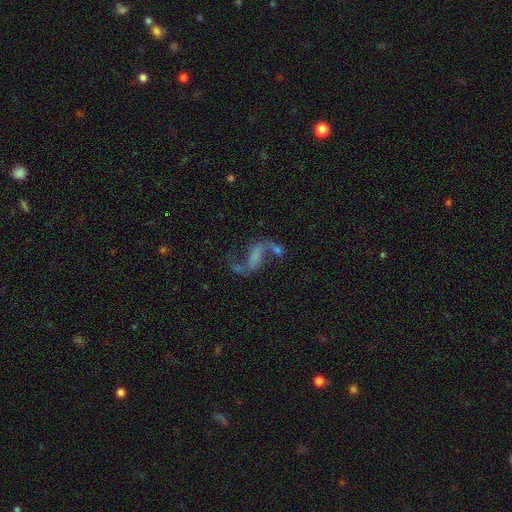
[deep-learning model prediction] Overall: featured or disk (67%). Edge-on disk: no (95%). Bar: no (37%; strong 33%). Spiral arms: yes (80%). Spiral arm count: 2 (85%). Spiral winding: loose (86%). Bulge size: none (64%). Merging: none (38%; merger 28%).